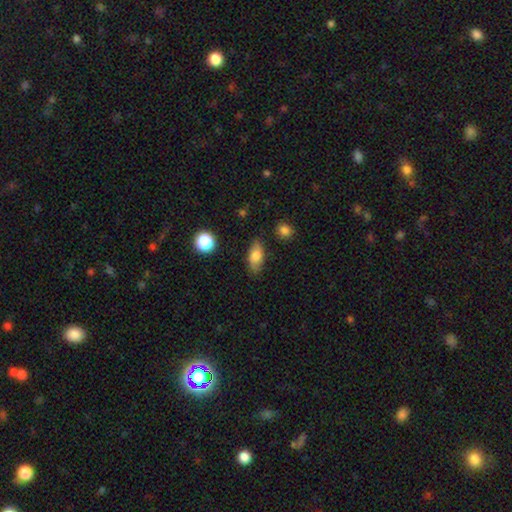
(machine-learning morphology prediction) Overall: smooth (77%). How rounded: in between (85%). Merging: none (81%).